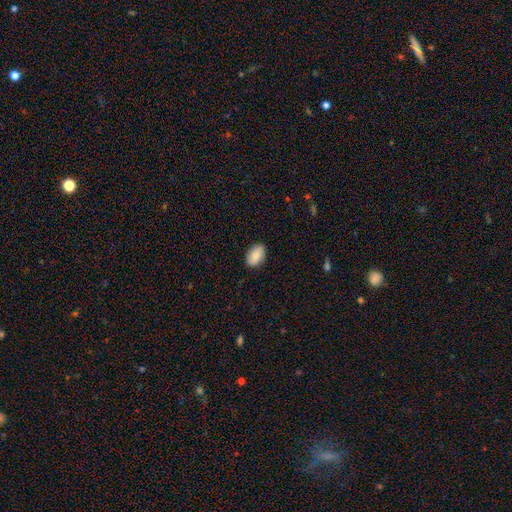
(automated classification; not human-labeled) Smooth or featured: smooth — 85% (featured or disk — 9%)
How rounded: in between — 91% (round — 8%)
Merging: none — 87% (minor disturbance — 10%)